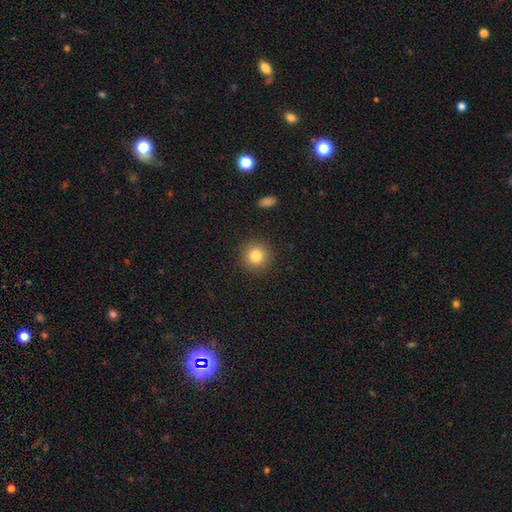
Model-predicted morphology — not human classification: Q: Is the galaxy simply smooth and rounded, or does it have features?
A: smooth — 83%.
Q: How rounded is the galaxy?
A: round — 93%.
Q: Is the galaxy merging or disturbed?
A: none — 91%.